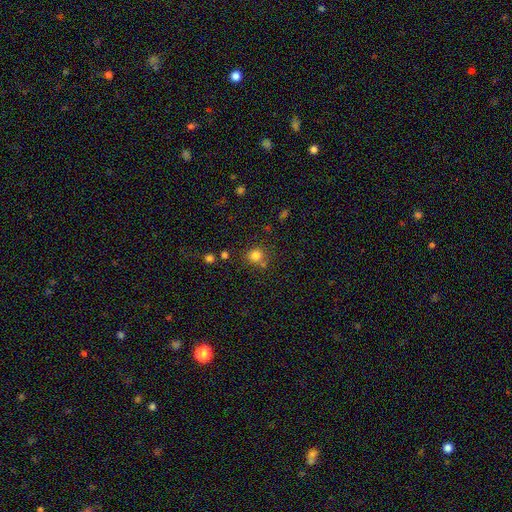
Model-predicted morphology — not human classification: This appears to be a smooth galaxy with no disk features (80%) that is round (84%). Merging: none (69%).